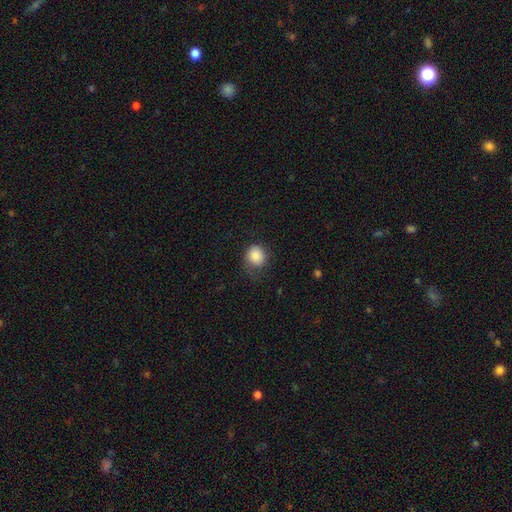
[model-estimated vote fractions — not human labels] The model was most divided on "merging": none: 60%, minor disturbance: 27%, major disturbance: 12%, merger: 1%. More confident: smooth or featured — smooth (84%); how rounded — round (74%).